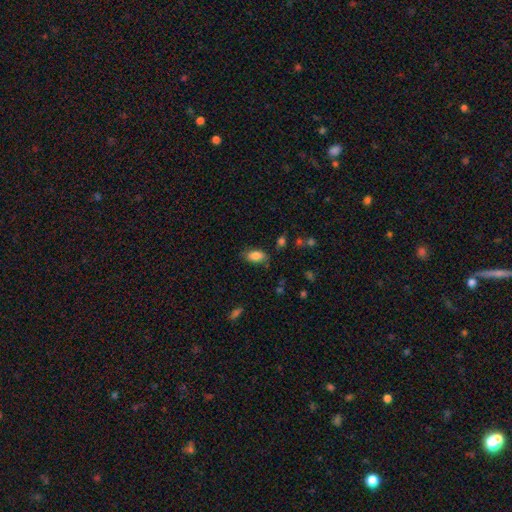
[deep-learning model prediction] A smooth galaxy with no disk features (85%) that is in between round and cigar-shaped (91%). Merging: none (77%).